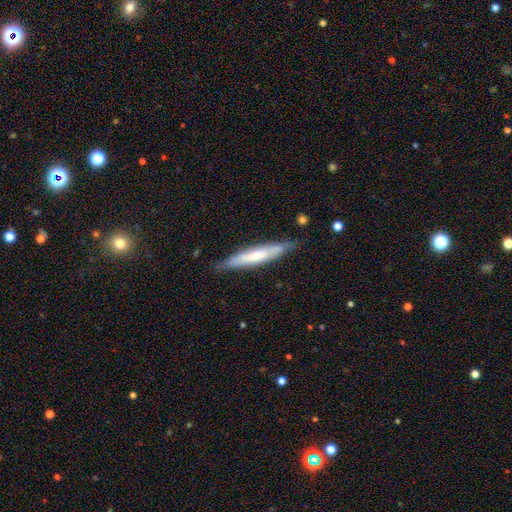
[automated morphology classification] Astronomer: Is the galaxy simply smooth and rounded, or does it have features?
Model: featured or disk — 48% (runner-up: smooth, 46%).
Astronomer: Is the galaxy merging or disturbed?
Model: none — 80%.